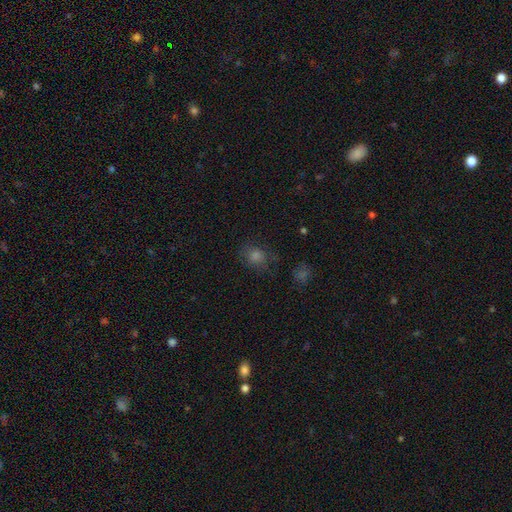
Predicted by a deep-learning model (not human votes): This is likely a smooth galaxy (64%). How rounded: likely round (69%). Merging: likely none (76%).